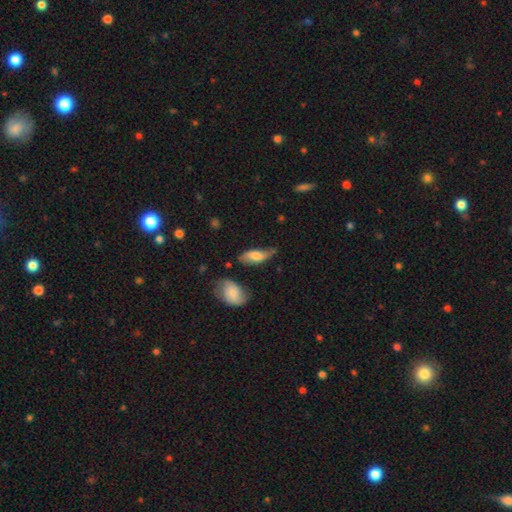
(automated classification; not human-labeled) This appears to be a smooth galaxy with no disk features (59%) that is in between round and cigar-shaped (77%). Merging: none (46%).